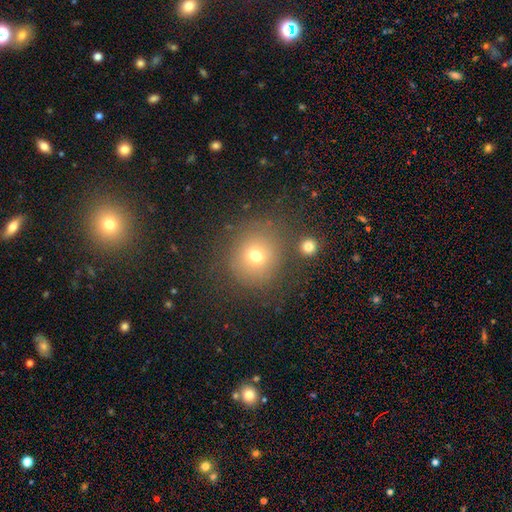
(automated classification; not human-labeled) The model was most divided on "smooth or featured": smooth: 70%, star or artifact: 17%, featured or disk: 13%. More confident: how rounded — round (86%); merging — none (76%).